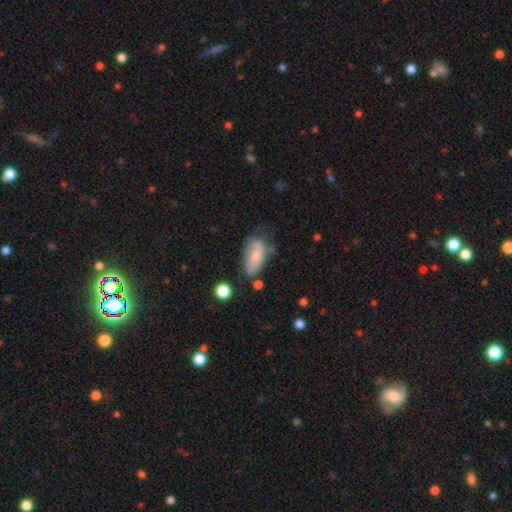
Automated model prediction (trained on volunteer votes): Smooth or featured? smooth (66%)
How rounded? in between (88%)
Merging? none (41%)